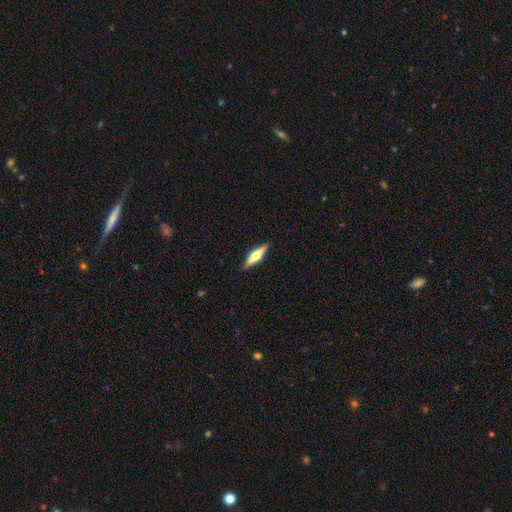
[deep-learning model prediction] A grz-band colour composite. It shows a featured or disk galaxy (57%) viewed edge-on (96%) with a rounded central bulge (93%). Merging: none (90%).